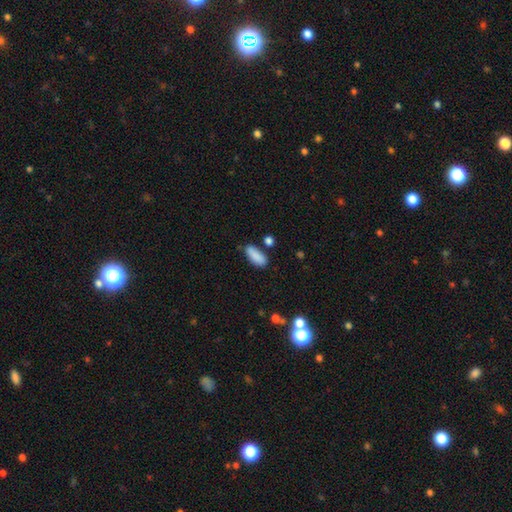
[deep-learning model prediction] Smooth or featured: smooth — 88% (star or artifact — 7%)
How rounded: in between — 81% (cigar-shaped — 16%)
Merging: none — 71% (minor disturbance — 18%)